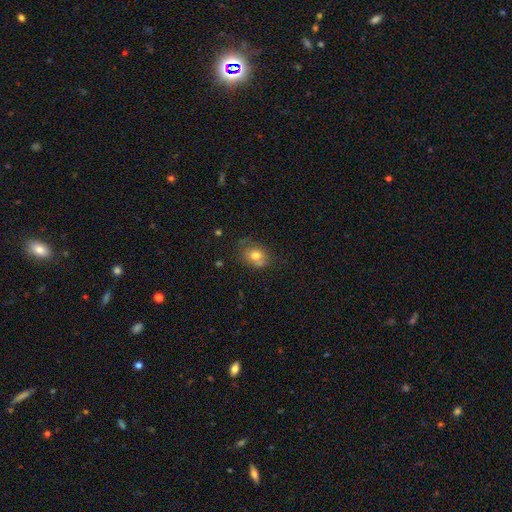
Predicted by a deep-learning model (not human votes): A smooth galaxy with no disk features (73%) that is in between round and cigar-shaped (54%).

Vote fractions:
- Smooth or featured? smooth: 73% / featured or disk: 17% / star or artifact: 10%
- How rounded? in between: 54% / round: 45% / cigar-shaped: 1%
- Merging? none: 57% / minor disturbance: 25% / merger: 11% / major disturbance: 8%